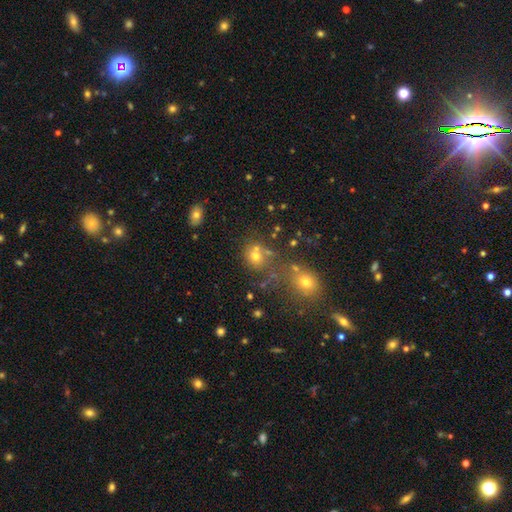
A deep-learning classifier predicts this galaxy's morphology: This is likely a smooth galaxy (65%). How rounded: likely round (73%). Merging: possibly none (54%).